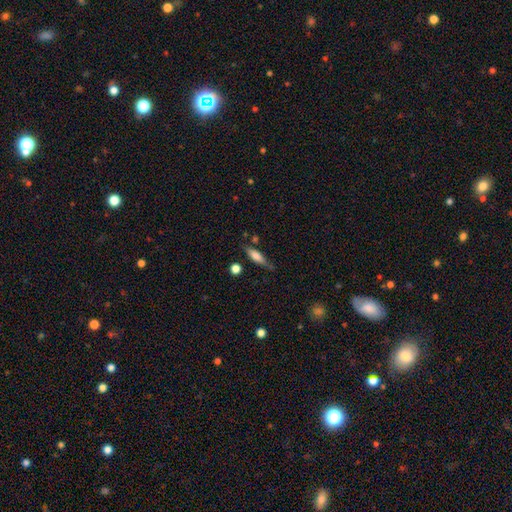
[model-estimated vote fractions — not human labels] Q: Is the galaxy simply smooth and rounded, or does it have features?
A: smooth — 65%.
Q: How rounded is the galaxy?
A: cigar-shaped — 57%.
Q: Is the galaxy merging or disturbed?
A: none — 66%.